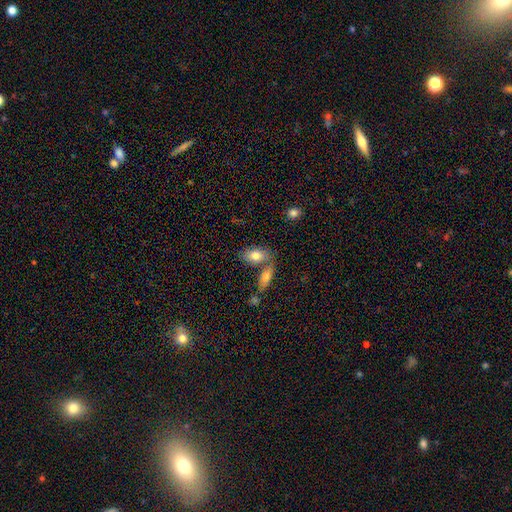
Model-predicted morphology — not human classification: Smooth or featured? Predicted: smooth (p=0.79). How rounded? Predicted: in between (p=0.89). Merging? Predicted: none (p=0.56).